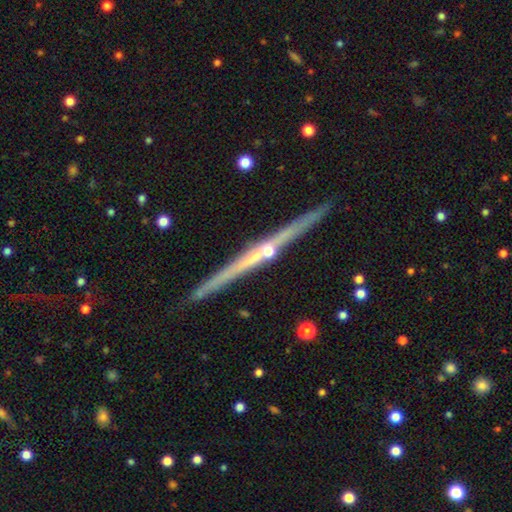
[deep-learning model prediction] Smooth or featured? Predicted: featured or disk (p=0.79). Edge-on disk? Predicted: yes (p=0.98). Edge-on bulge? Predicted: rounded (p=0.62). Merging? Predicted: none (p=0.89).